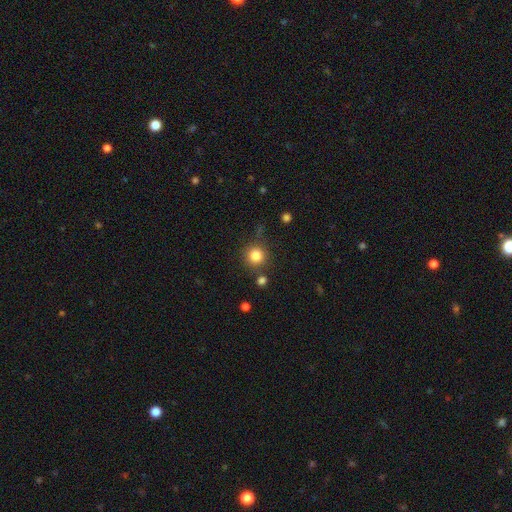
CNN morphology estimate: The model was most divided on "merging": none: 79%, minor disturbance: 10%, merger: 7%, major disturbance: 4%. More confident: how rounded — round (94%); smooth or featured — smooth (83%).